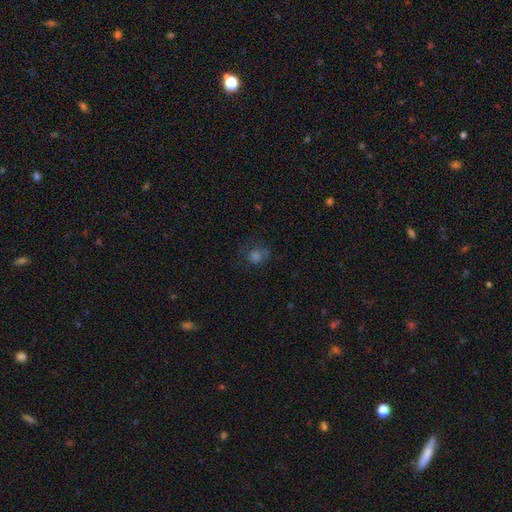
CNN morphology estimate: smooth 53%, star or artifact 30%, featured or disk 17%. Down the decision tree: how rounded — round (81%); merging — none (65%).